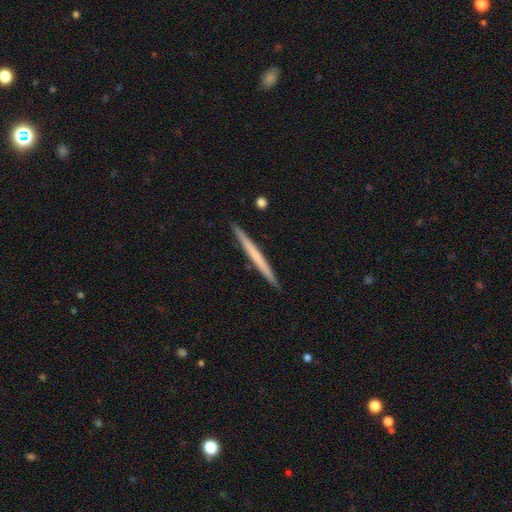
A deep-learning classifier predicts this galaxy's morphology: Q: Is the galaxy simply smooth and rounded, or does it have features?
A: smooth — 50%.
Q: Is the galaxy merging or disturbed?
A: none — 92%.